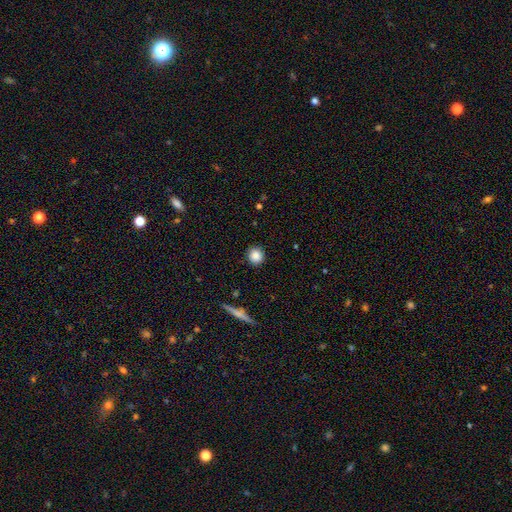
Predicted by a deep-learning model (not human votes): Smooth or featured? Predicted: smooth (p=0.85). How rounded? Predicted: round (p=0.90). Merging? Predicted: none (p=0.90).